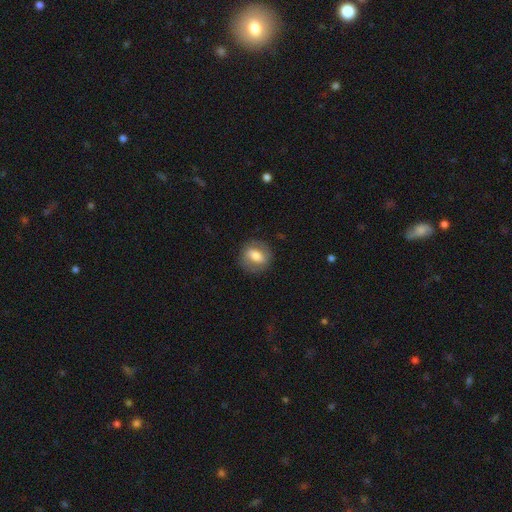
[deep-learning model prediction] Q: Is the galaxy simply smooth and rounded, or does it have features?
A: smooth — 60%.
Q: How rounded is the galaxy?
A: round — 57%.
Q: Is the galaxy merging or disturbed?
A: none — 82%.